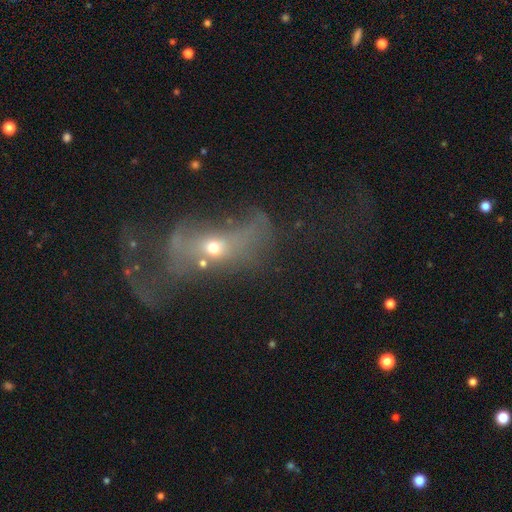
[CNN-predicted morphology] Smooth or featured?
  - featured or disk: 55% *
  - smooth: 27%
  - star or artifact: 18%
Edge-on disk?
  - no: 87% *
  - yes: 13%
Merging?
  - major disturbance: 52% *
  - none: 20%
  - merger: 16%
  - minor disturbance: 12%